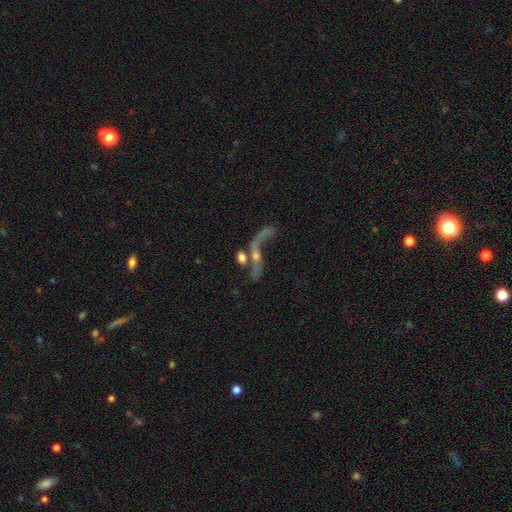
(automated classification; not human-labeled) This appears to be a featured or disk galaxy (70%) with no bar (63%), spiral arms (68%) and a small central bulge (46%). Merging: merger (41%).